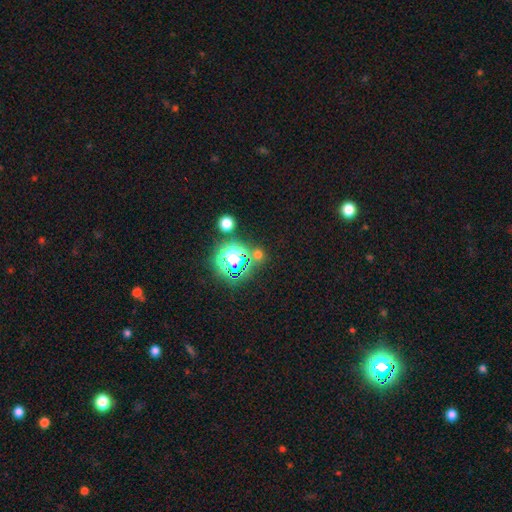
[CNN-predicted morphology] A star or artifact, not a galaxy (67%).

Vote fractions:
- Smooth or featured? star or artifact: 67% / smooth: 25% / featured or disk: 9%